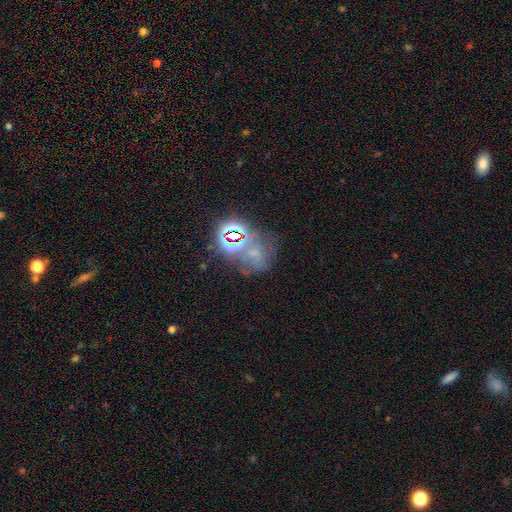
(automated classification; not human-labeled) smooth_or_featured: star or artifact (p=0.52) [alt: smooth p=0.26]